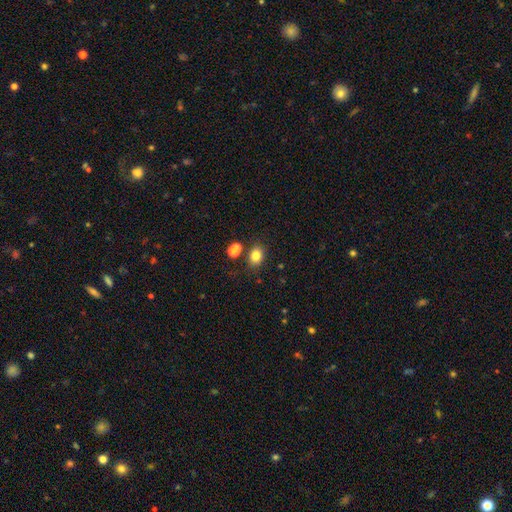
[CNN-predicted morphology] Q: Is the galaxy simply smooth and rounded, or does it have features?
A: smooth — 80%.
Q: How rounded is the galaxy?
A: in between — 55%.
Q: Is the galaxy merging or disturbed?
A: none — 76%.